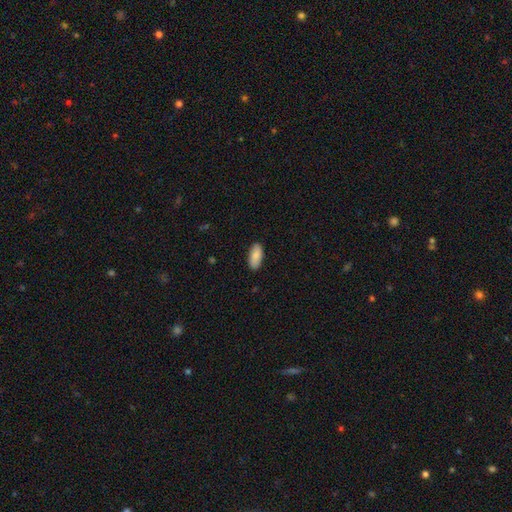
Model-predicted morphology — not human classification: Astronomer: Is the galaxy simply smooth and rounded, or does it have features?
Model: smooth — 88%.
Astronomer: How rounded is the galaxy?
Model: in between — 88%.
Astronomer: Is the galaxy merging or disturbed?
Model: none — 88%.